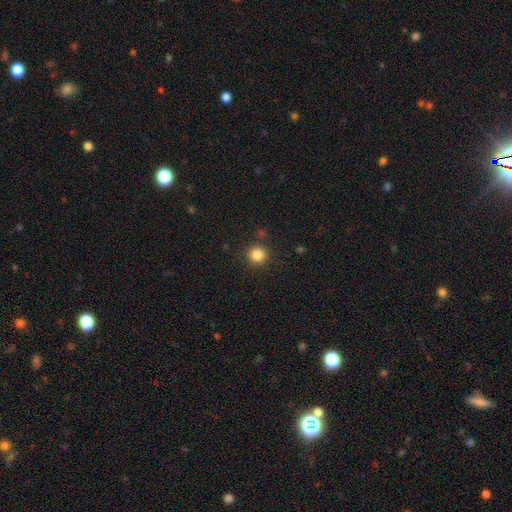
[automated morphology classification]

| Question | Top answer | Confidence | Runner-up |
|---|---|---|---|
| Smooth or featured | smooth | 84% | star or artifact (12%) |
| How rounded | round | 94% | in between (5%) |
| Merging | none | 89% | minor disturbance (6%) |